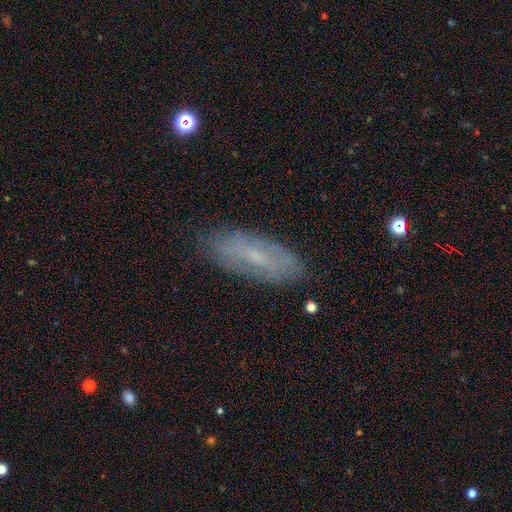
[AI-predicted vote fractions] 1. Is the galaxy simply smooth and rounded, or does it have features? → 48% featured or disk, 42% smooth, 10% star or artifact.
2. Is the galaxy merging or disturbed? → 82% none, 13% minor disturbance, 3% major disturbance, 1% merger.